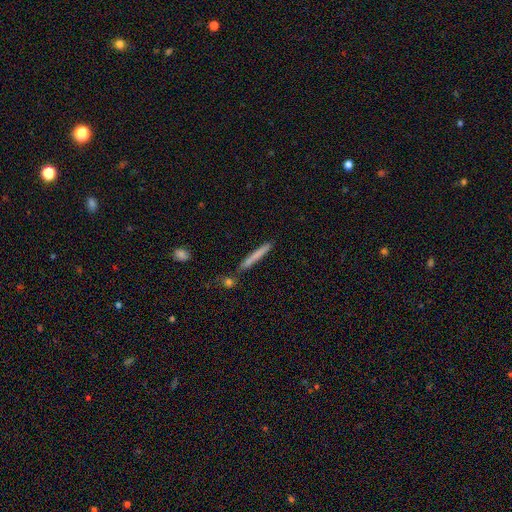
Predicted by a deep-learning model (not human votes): A smooth galaxy with no disk features (67%) that is cigar-shaped (96%).

Vote fractions:
- Smooth or featured? smooth: 67% / featured or disk: 26% / star or artifact: 7%
- How rounded? cigar-shaped: 96% / in between: 3% / round: 2%
- Merging? none: 79% / minor disturbance: 11% / merger: 7% / major disturbance: 3%